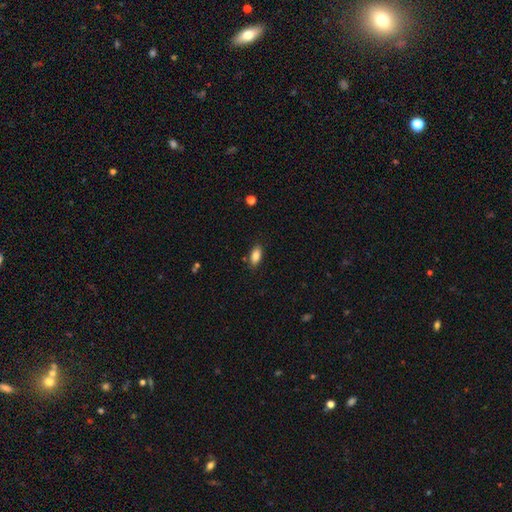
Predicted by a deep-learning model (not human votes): smooth-or-featured: smooth: 85% | star or artifact: 8% | featured or disk: 7%
  how-rounded: in between: 89% | cigar-shaped: 7% | round: 3%
  merging: none: 85% | minor disturbance: 11% | major disturbance: 2% | merger: 2%